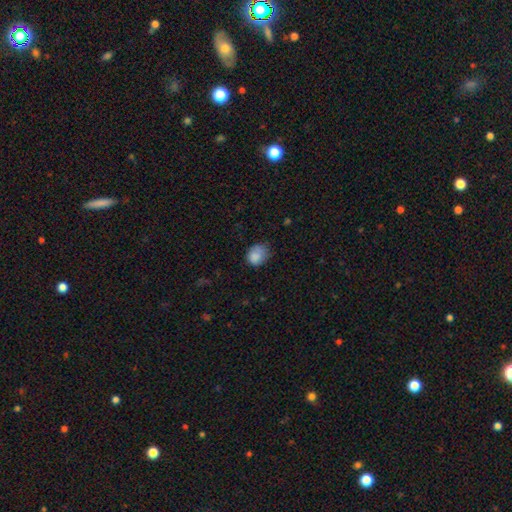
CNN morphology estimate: smooth 84%, star or artifact 9%, featured or disk 7%. Down the decision tree: how rounded — round (52%); merging — none (53%).